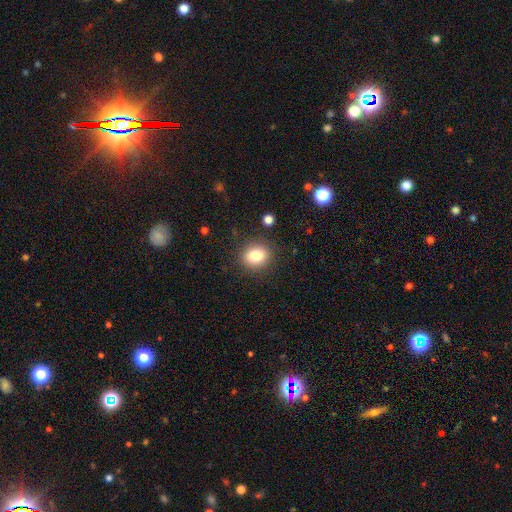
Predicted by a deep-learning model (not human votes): The model was most divided on "how rounded": round: 64%, in between: 35%, cigar-shaped: 1%. More confident: merging — none (87%); smooth or featured — smooth (83%).